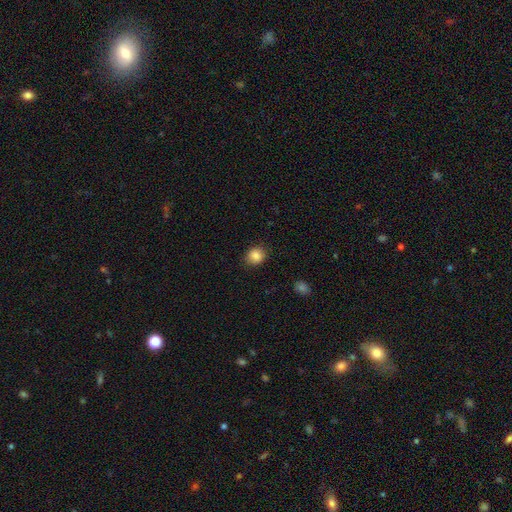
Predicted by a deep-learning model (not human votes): A smooth galaxy with no disk features (85%) that is round (73%). Merging: none (86%).